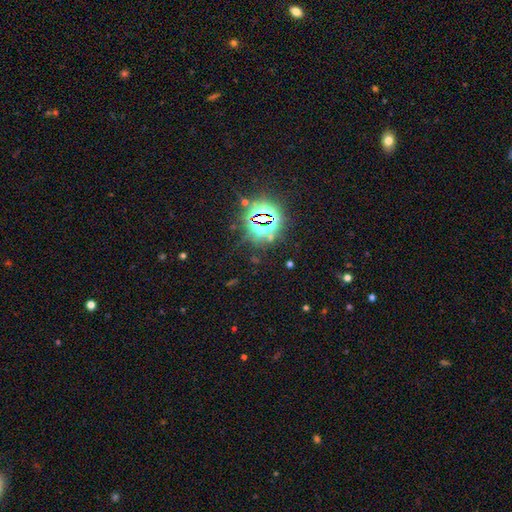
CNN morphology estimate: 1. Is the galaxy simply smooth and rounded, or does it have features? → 81% star or artifact, 11% smooth, 8% featured or disk.